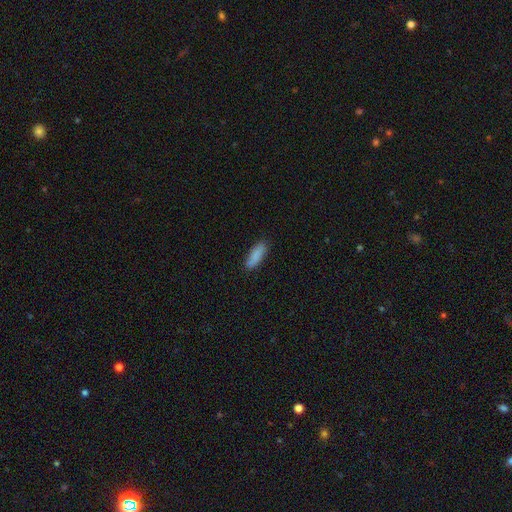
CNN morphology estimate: Smooth or featured: smooth — 87% (star or artifact — 7%)
How rounded: in between — 52% (cigar-shaped — 47%)
Merging: none — 84% (minor disturbance — 12%)